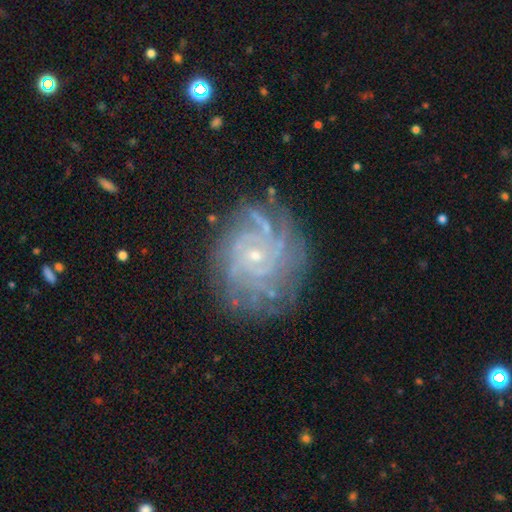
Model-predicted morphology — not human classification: This is clearly a featured or disk galaxy (86%). It is clearly not viewed edge-on (97%). Bar: likely no (72%). Spiral arm pattern: clearly yes (97%). Spiral arm count: marginally can't tell (26%). Spiral winding: likely tight (70%). Central bulge: clearly small (80%). Merging: likely none (75%).